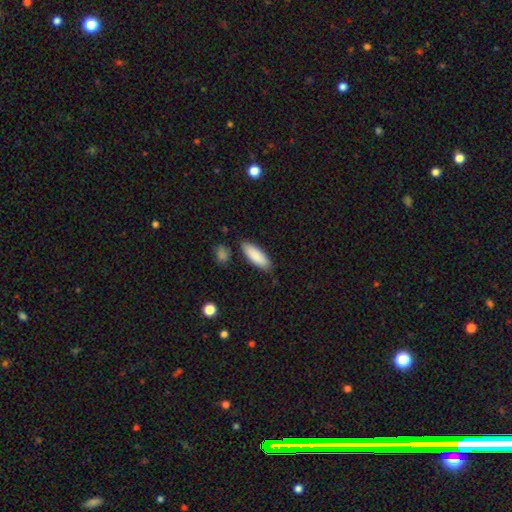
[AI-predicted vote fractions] A smooth galaxy with no disk features (88%) that is in between round and cigar-shaped (62%). Merging: none (84%).